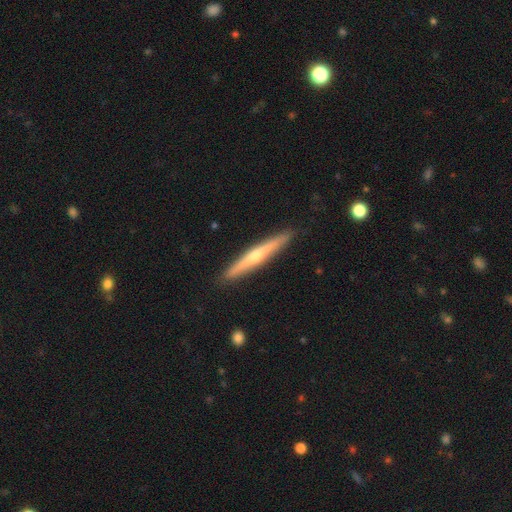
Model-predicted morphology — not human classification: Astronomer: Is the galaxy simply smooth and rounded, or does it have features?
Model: featured or disk — 65%.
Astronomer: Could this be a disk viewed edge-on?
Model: yes — 96%.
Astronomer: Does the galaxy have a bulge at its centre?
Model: rounded — 78%.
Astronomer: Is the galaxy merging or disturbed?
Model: none — 90%.